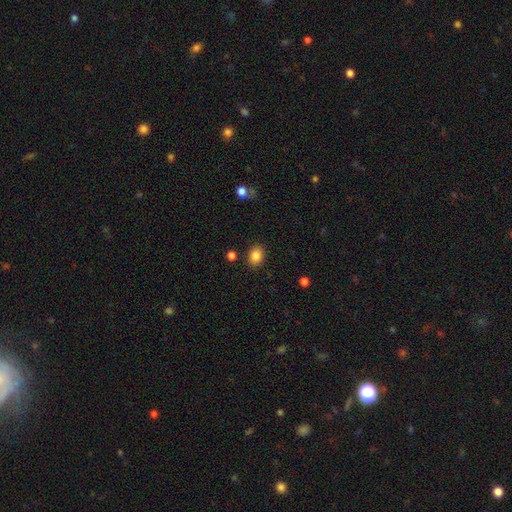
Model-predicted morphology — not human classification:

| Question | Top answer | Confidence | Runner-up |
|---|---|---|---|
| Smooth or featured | smooth | 86% | star or artifact (10%) |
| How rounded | in between | 64% | round (35%) |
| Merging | none | 86% | minor disturbance (9%) |